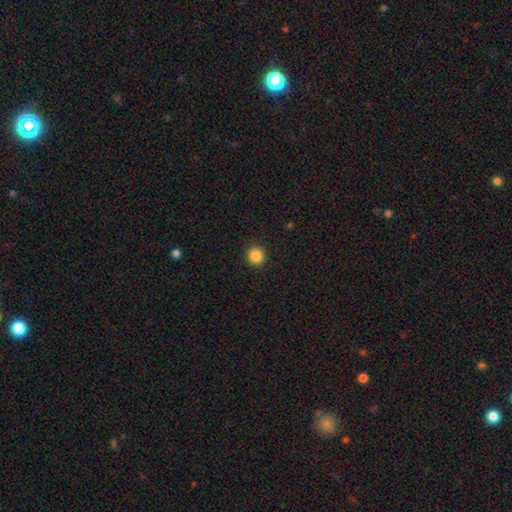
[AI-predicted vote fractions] Q: Smooth or featured?
A: smooth (86%); runner-up: star or artifact (10%)
Q: How rounded?
A: round (91%); runner-up: in between (8%)
Q: Merging?
A: none (92%); runner-up: minor disturbance (5%)